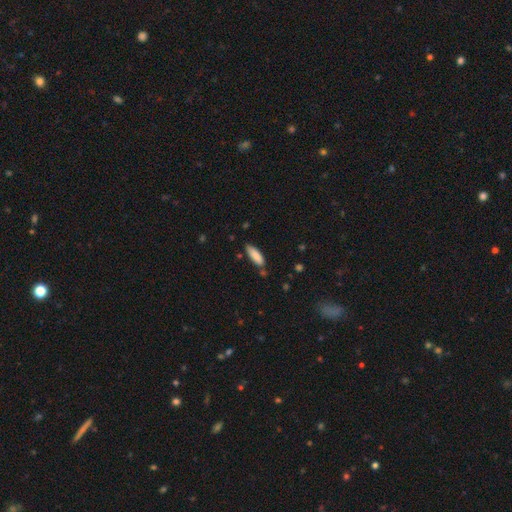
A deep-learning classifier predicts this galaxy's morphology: Overall: smooth (87%). How rounded: in between (58%; cigar-shaped 40%). Merging: none (76%).